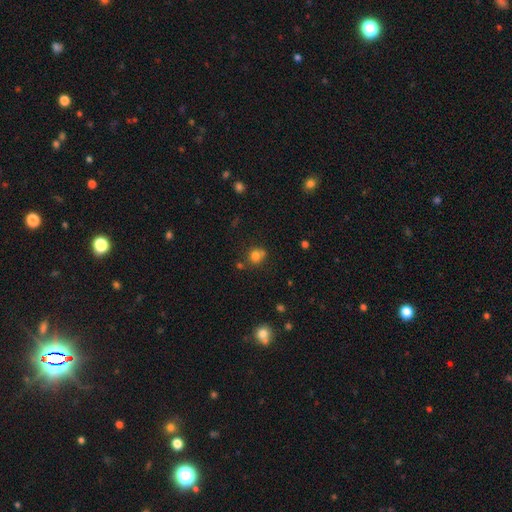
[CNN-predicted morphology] This appears to be a smooth galaxy with no disk features (77%) that is round (80%). Merging: none (59%).